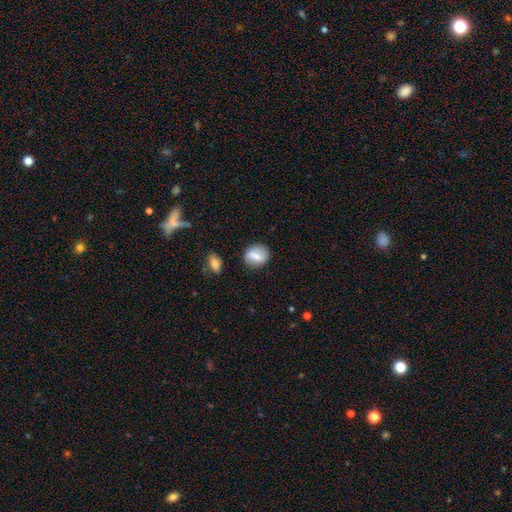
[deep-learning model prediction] smooth-or-featured: smooth: 67% | featured or disk: 25% | star or artifact: 8%
  how-rounded: round: 56% | in between: 41% | cigar-shaped: 2%
  merging: none: 80% | minor disturbance: 14% | major disturbance: 4% | merger: 3%